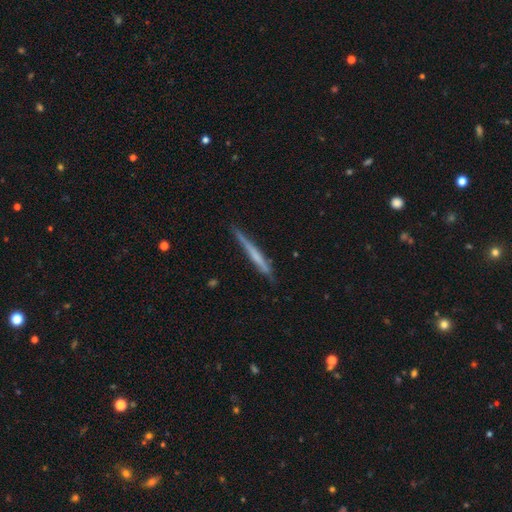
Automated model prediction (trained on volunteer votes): The model was most divided on "smooth or featured": featured or disk: 51%, smooth: 43%, star or artifact: 6%. More confident: edge-on disk — yes (97%); merging — none (81%).